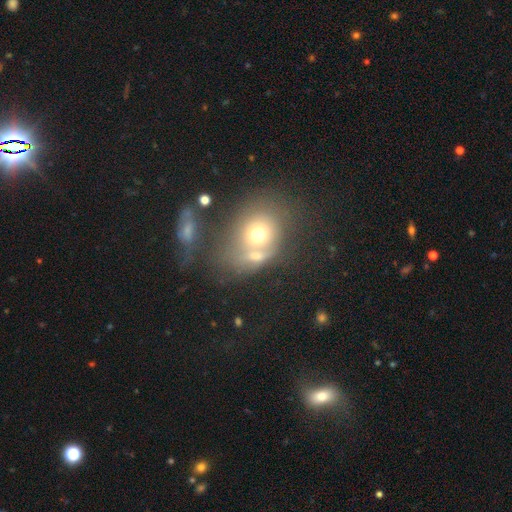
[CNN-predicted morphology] This is possibly a smooth galaxy (59%). How rounded: possibly round (56%). Merging: possibly merger (48%).